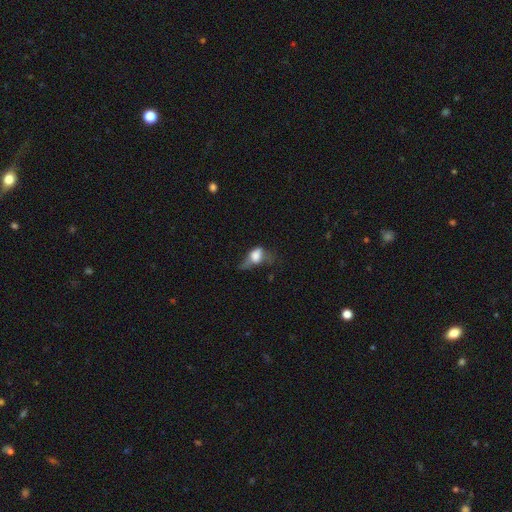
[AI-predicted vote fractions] smooth 61%, featured or disk 28%, star or artifact 11%. Down the decision tree: how rounded — in between (75%); merging — major disturbance (52%).